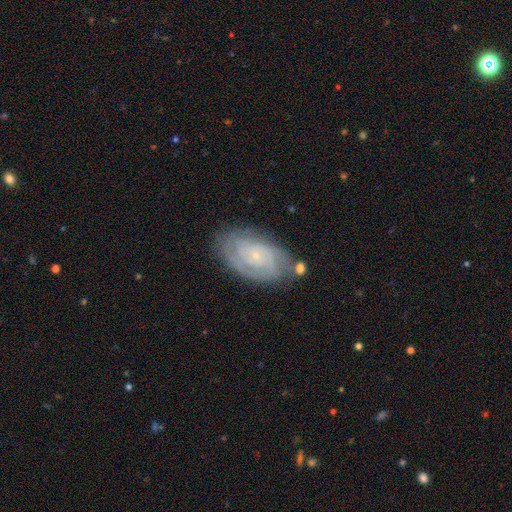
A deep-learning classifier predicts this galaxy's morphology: Smooth or featured? featured or disk (81%)
Edge-on disk? no (96%)
Bar? no (71%)
Spiral arms? yes (96%)
Spiral winding? tight (73%)
Spiral arm count? 2 (43%)
Bulge size? small (83%)
Merging? none (74%)